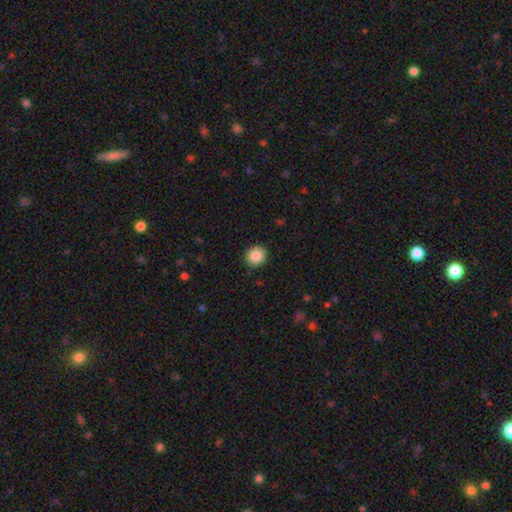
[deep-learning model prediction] smooth-or-featured: smooth: 86% | star or artifact: 9% | featured or disk: 5%
  how-rounded: round: 88% | in between: 12% | cigar-shaped: 1%
  merging: none: 91% | minor disturbance: 6% | major disturbance: 2% | merger: 1%